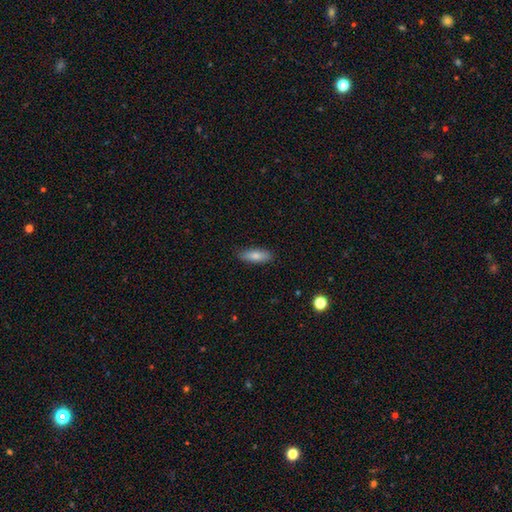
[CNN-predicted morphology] Smooth or featured? Predicted: smooth (p=0.80). How rounded? Predicted: in between (p=0.63). Merging? Predicted: none (p=0.87).